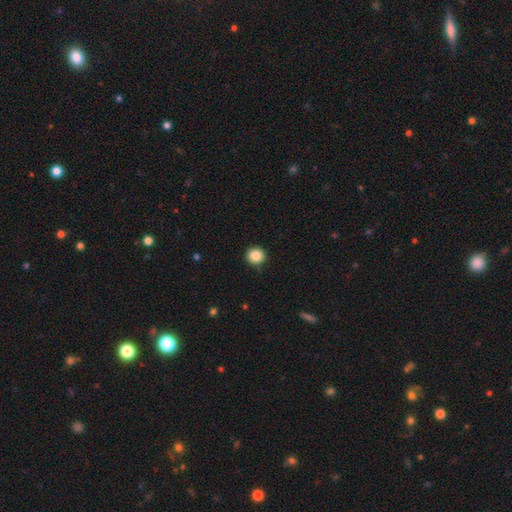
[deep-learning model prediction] Smooth or featured?
  - smooth: 86% *
  - star or artifact: 10%
  - featured or disk: 4%
How rounded?
  - round: 93% *
  - in between: 6%
  - cigar-shaped: 1%
Merging?
  - none: 91% *
  - minor disturbance: 7%
  - major disturbance: 2%
  - merger: 1%